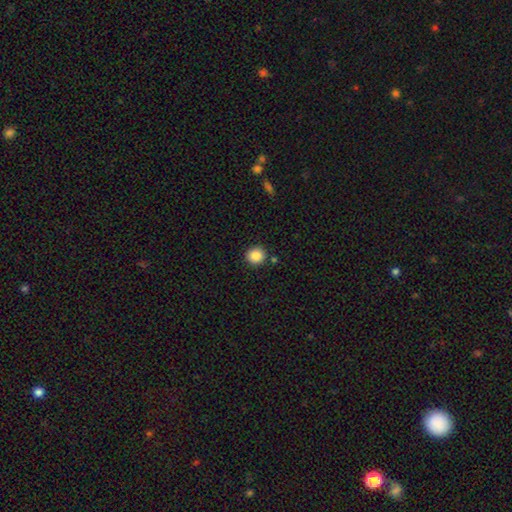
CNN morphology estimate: Overall: smooth (87%). How rounded: round (92%). Merging: none (89%).